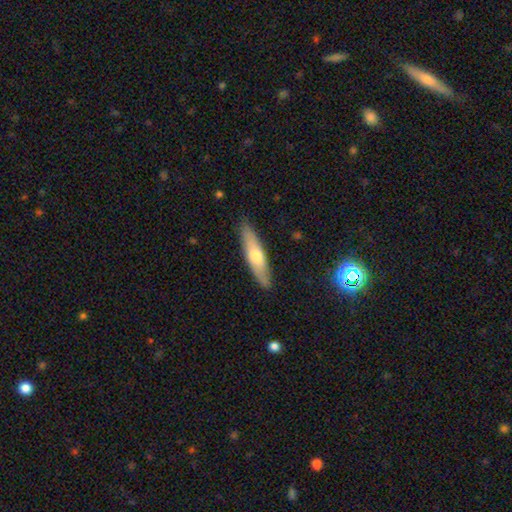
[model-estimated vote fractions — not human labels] Smooth or featured?
  - smooth: 53% *
  - featured or disk: 40%
  - star or artifact: 6%
How rounded?
  - cigar-shaped: 77% *
  - in between: 21%
  - round: 2%
Merging?
  - none: 88% *
  - minor disturbance: 9%
  - major disturbance: 2%
  - merger: 1%